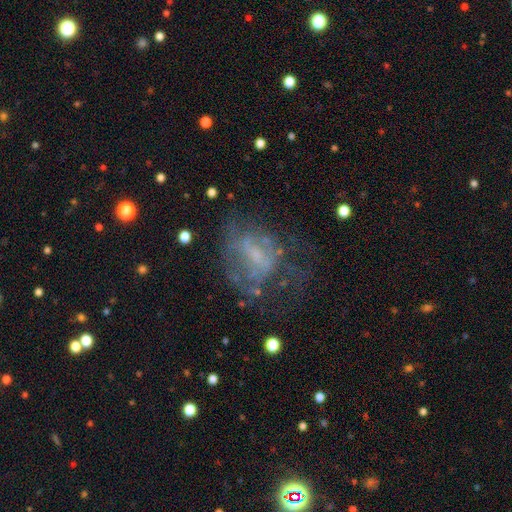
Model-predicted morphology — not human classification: The model was most divided on "merging": none: 41%, major disturbance: 33%, minor disturbance: 22%, merger: 4%. Remaining: edge-on disk — no (96%); spiral arms — no (65%); smooth or featured — featured or disk (58%); bar — no (57%); bulge size — small (45%).